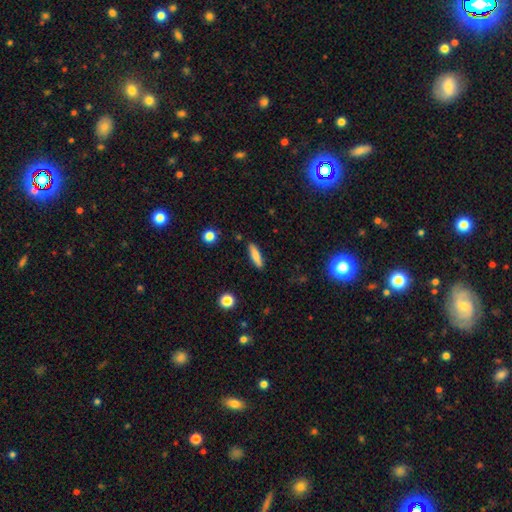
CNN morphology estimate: smooth 81%, featured or disk 12%, star or artifact 7%. Down the decision tree: how rounded — cigar-shaped (72%); merging — none (88%).